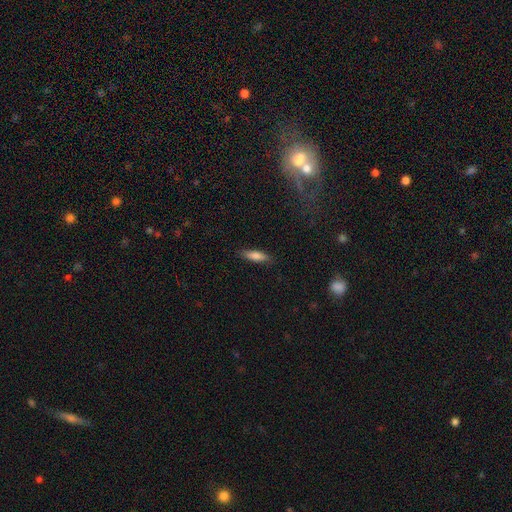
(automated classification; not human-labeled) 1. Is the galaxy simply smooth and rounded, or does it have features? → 77% smooth, 16% featured or disk, 7% star or artifact.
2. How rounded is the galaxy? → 58% cigar-shaped, 40% in between, 2% round.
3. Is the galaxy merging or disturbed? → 85% none, 11% minor disturbance, 2% major disturbance, 1% merger.